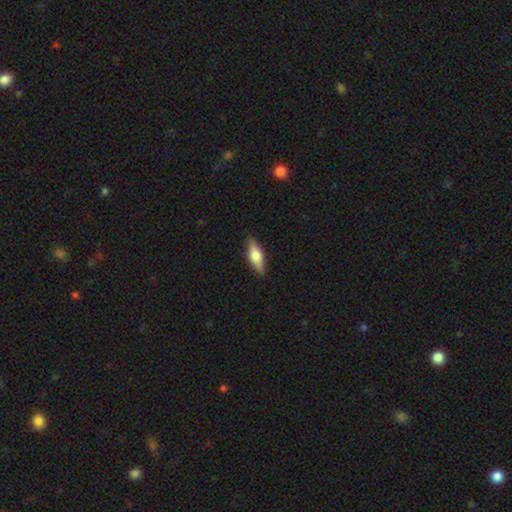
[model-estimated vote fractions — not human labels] smooth 51%, featured or disk 42%, star or artifact 7%. Down the decision tree: how rounded — in between (54%); merging — none (88%).